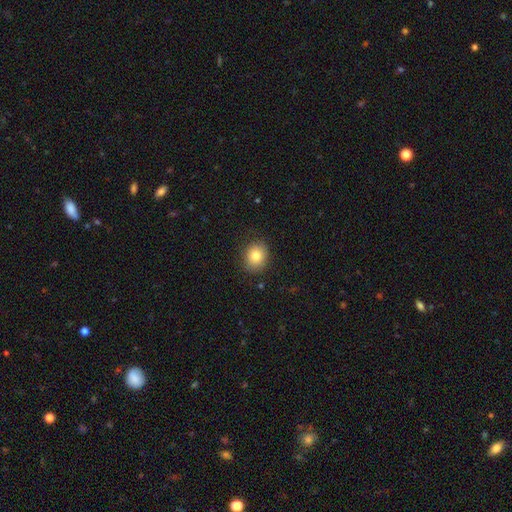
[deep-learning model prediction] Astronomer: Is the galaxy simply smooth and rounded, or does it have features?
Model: smooth — 81%.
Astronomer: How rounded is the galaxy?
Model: round — 60% (runner-up: in between, 39%).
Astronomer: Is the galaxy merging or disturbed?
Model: none — 85%.